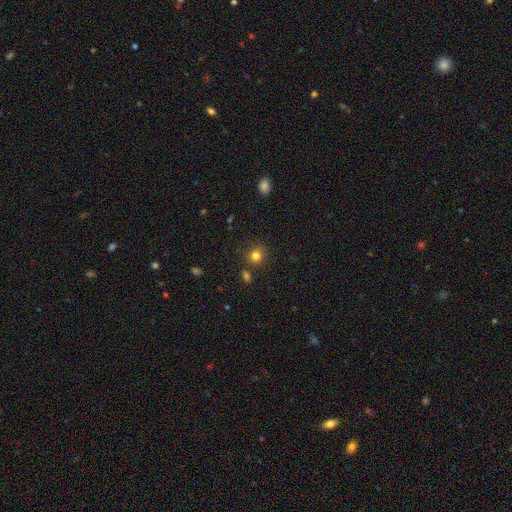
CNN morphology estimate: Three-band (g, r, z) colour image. It shows a smooth galaxy with no disk features (81%) that is round (80%). Merging: none (80%).